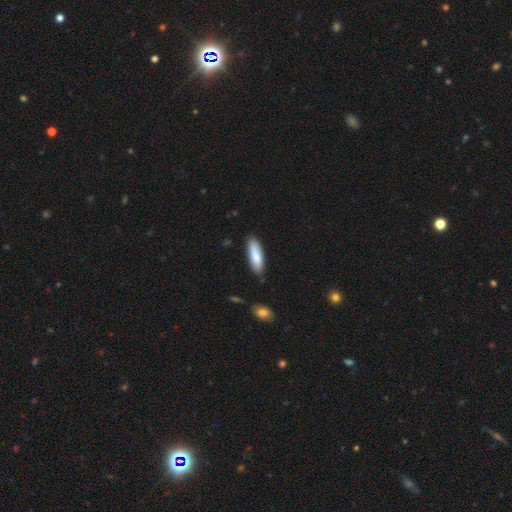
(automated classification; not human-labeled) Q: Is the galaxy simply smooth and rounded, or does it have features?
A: smooth — 83%.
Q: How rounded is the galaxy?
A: cigar-shaped — 54%.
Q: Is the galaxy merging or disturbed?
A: none — 85%.